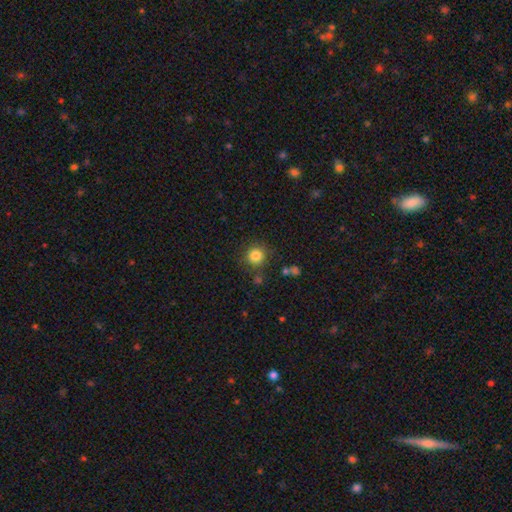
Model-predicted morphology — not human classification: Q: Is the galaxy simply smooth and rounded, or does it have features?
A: smooth — 84%.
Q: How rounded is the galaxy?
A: round — 93%.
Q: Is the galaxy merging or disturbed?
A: none — 84%.